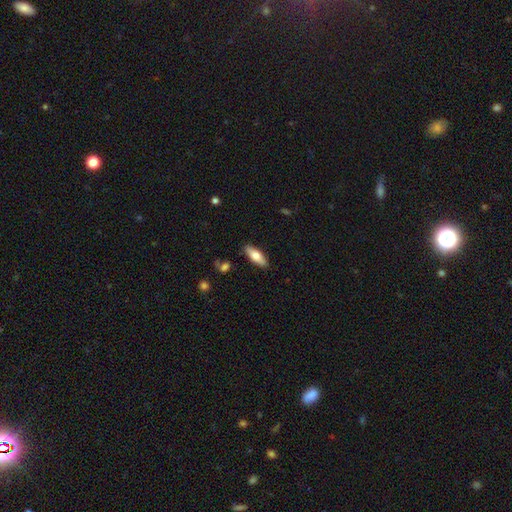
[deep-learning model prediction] Smooth or featured? Predicted: smooth (p=0.68). How rounded? Predicted: in between (p=0.65). Merging? Predicted: none (p=0.88).